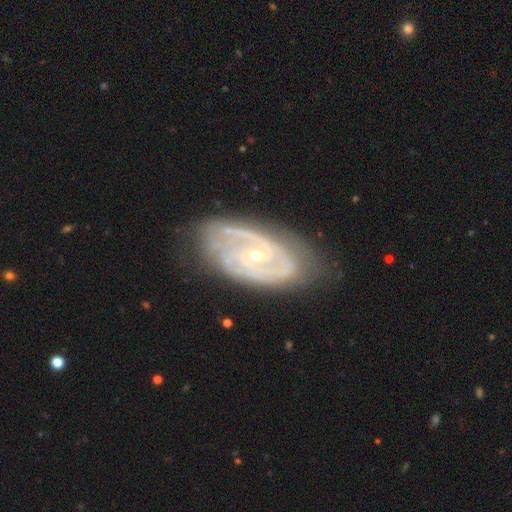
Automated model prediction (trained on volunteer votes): featured or disk 88%, smooth 6%, star or artifact 5%. Down the decision tree: edge-on disk — no (96%); bar — no (56%); spiral arms — yes (96%); spiral arm count — 2 (58%); spiral winding — tight (54%); bulge size — small (76%); merging — none (73%).